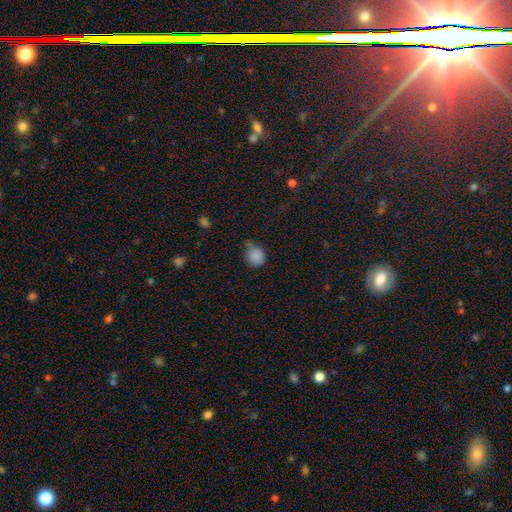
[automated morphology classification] Smooth or featured: smooth — 86% (star or artifact — 10%)
How rounded: round — 81% (in between — 18%)
Merging: none — 51% (minor disturbance — 37%)